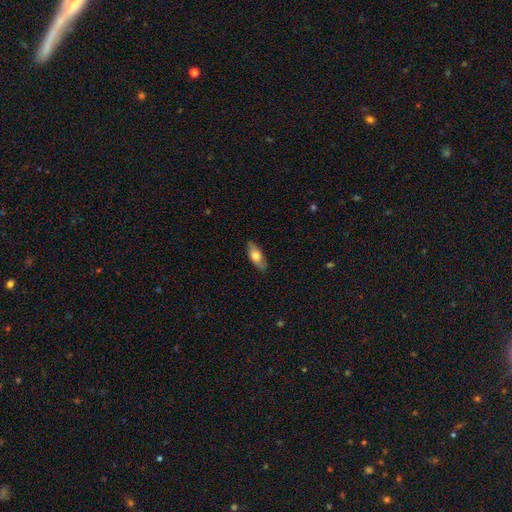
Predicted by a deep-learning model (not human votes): smooth 63%, featured or disk 31%, star or artifact 6%. Down the decision tree: how rounded — in between (75%); merging — none (83%).